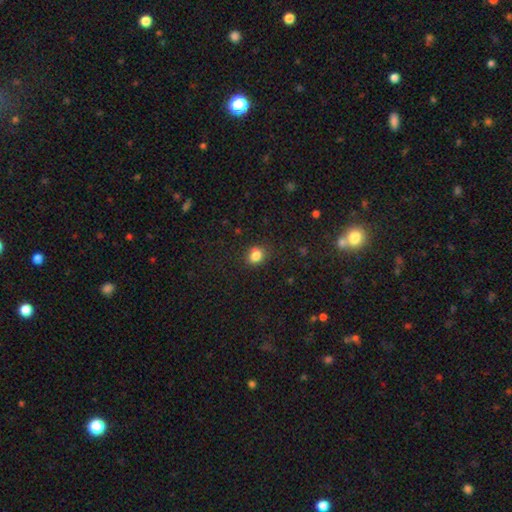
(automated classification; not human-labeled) Smooth or featured? smooth (84%)
How rounded? round (63%)
Merging? none (82%)